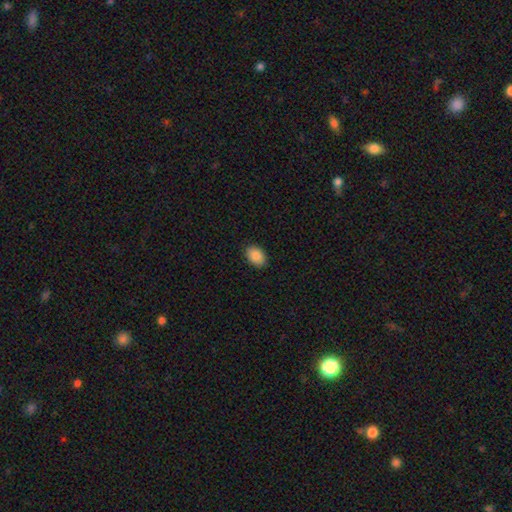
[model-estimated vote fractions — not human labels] A smooth galaxy with no disk features (89%) that is in between round and cigar-shaped (82%).

Vote fractions:
- Smooth or featured? smooth: 89% / star or artifact: 7% / featured or disk: 4%
- How rounded? in between: 82% / round: 17% / cigar-shaped: 1%
- Merging? none: 90% / minor disturbance: 7% / major disturbance: 2% / merger: 1%